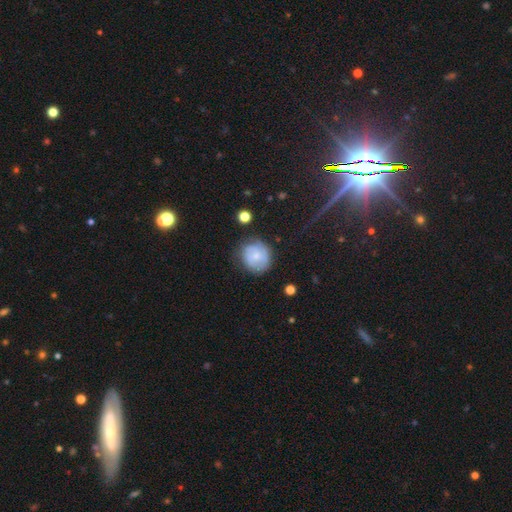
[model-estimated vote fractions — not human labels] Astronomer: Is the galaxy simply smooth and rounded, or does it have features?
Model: smooth — 53% (runner-up: featured or disk, 39%).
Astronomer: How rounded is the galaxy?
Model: round — 82%.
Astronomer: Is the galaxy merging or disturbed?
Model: none — 70%.